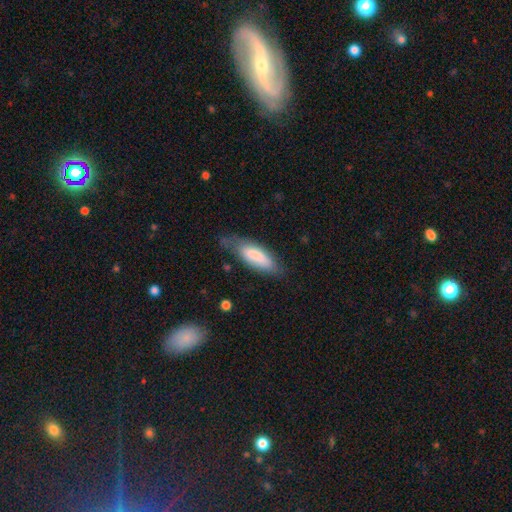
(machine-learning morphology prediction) This appears to be a smooth galaxy with no disk features (77%) that is in between round and cigar-shaped (60%). Merging: none (57%).